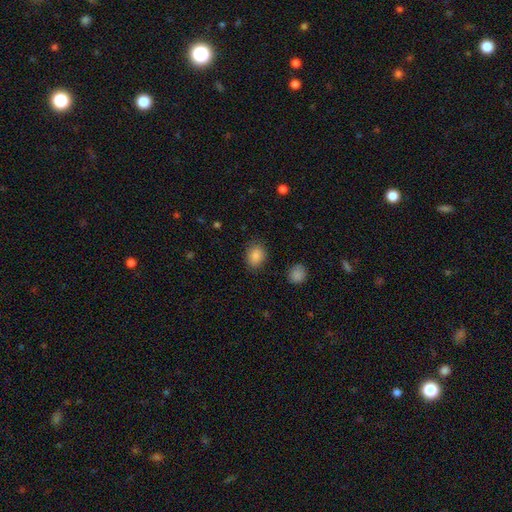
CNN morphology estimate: This appears to be a smooth galaxy with no disk features (86%) that is in between round and cigar-shaped (59%). Merging: none (83%).